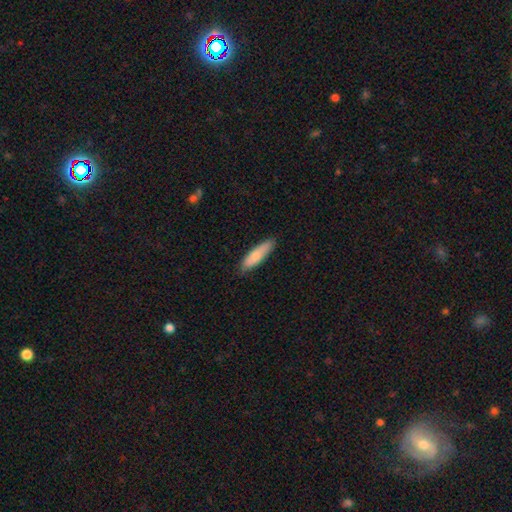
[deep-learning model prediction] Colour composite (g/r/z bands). It shows a smooth galaxy with no disk features (78%) that is cigar-shaped (64%). Merging: none (83%).